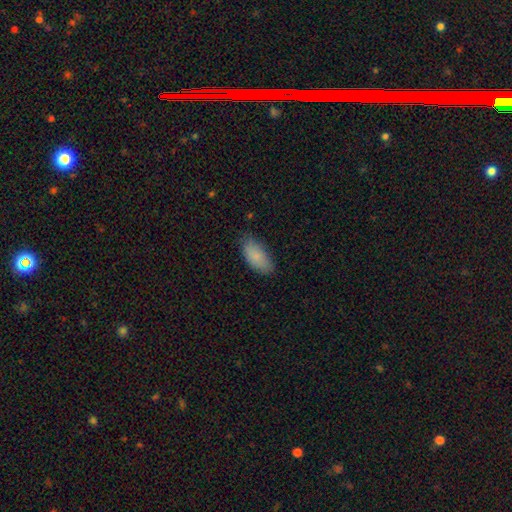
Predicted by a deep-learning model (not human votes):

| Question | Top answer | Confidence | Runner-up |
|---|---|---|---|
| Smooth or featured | smooth | 85% | featured or disk (9%) |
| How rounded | in between | 91% | cigar-shaped (7%) |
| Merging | none | 76% | minor disturbance (19%) |